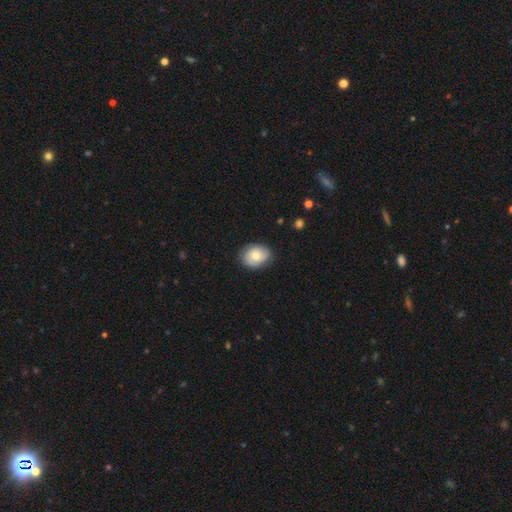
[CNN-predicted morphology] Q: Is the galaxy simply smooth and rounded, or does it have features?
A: smooth — 70%.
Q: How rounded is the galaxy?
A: in between — 61%.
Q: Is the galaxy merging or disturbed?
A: none — 80%.